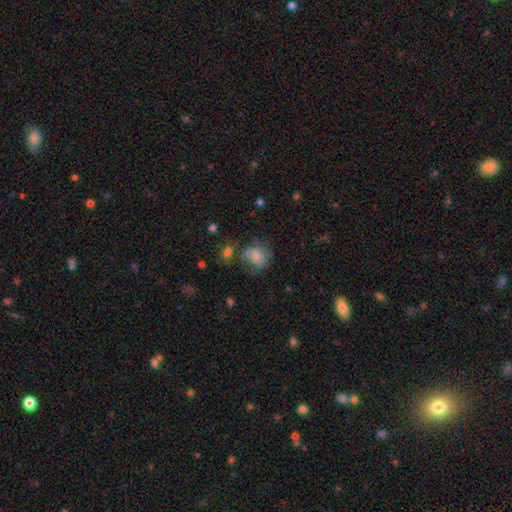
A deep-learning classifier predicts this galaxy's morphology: Smooth or featured? Predicted: smooth (p=0.68). How rounded? Predicted: round (p=0.62). Merging? Predicted: none (p=0.43).